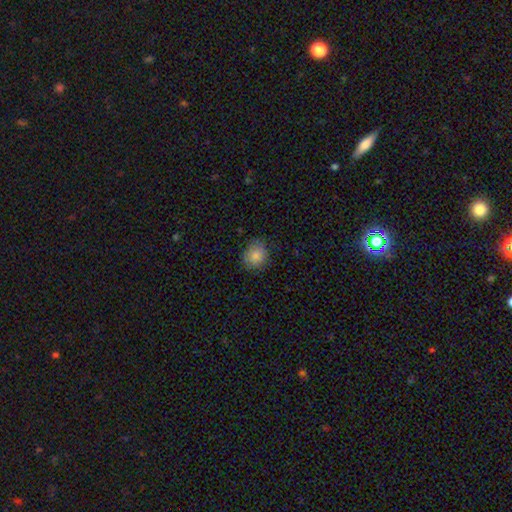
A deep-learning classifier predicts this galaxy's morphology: Smooth or featured? Predicted: smooth (p=0.86). How rounded? Predicted: round (p=0.73). Merging? Predicted: none (p=0.78).